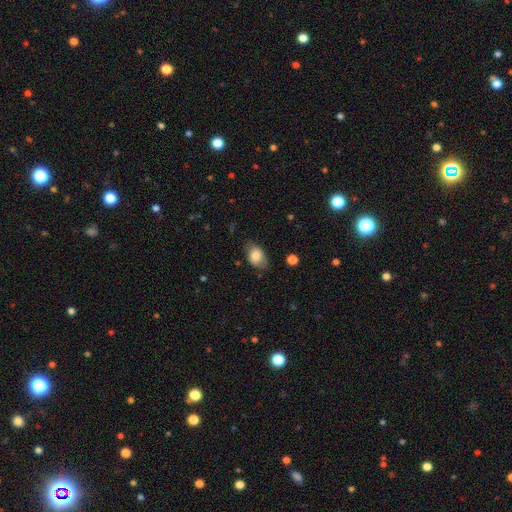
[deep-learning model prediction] This is likely a smooth galaxy (79%). How rounded: clearly in between (84%). Merging: likely none (71%).